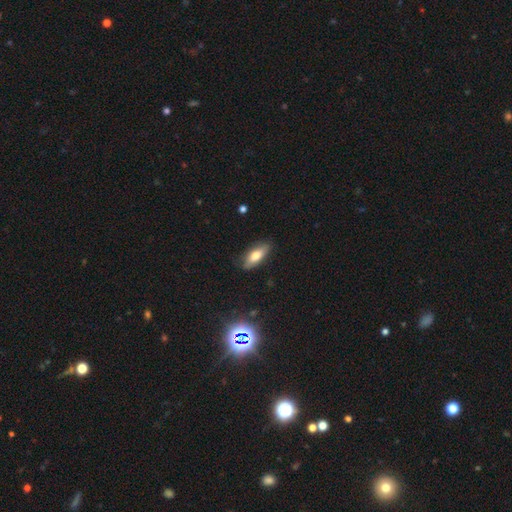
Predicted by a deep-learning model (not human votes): Smooth or featured? smooth (71%)
How rounded? in between (71%)
Merging? none (79%)